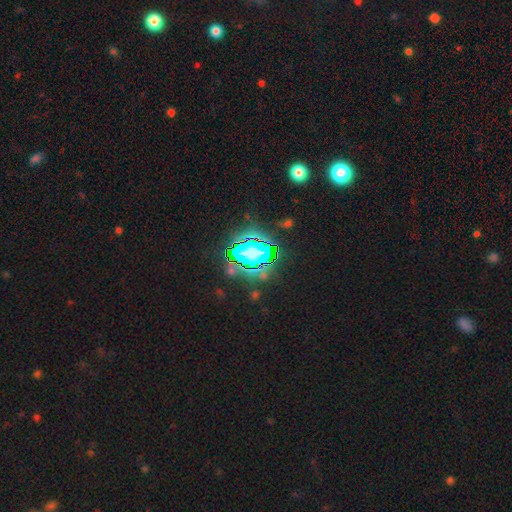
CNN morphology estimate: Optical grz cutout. It shows a star or artifact, not a galaxy (72%).